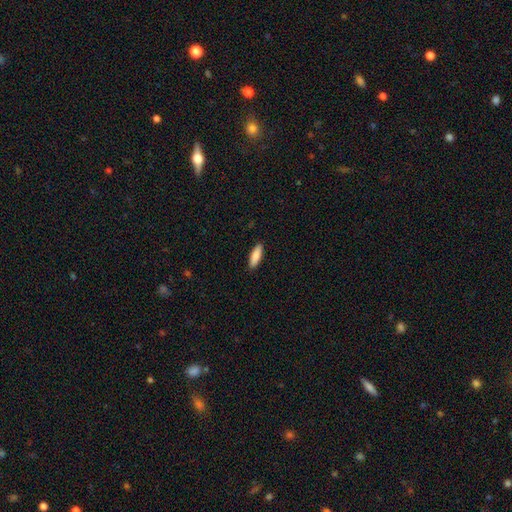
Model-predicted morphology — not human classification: Smooth or featured?
  - smooth: 87% *
  - featured or disk: 8%
  - star or artifact: 6%
How rounded?
  - in between: 51% *
  - cigar-shaped: 48%
  - round: 2%
Merging?
  - none: 90% *
  - minor disturbance: 8%
  - major disturbance: 2%
  - merger: 1%